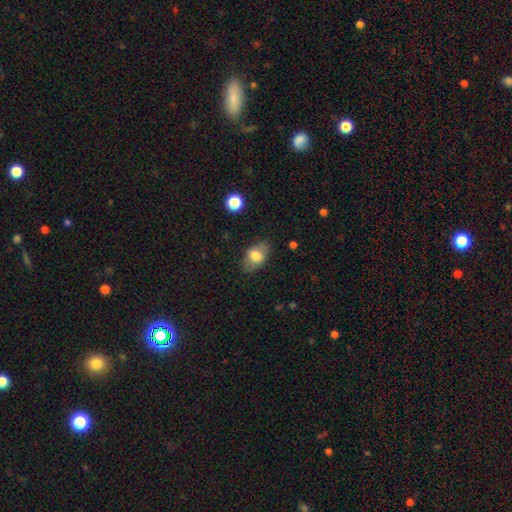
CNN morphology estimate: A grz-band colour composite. It shows a smooth galaxy with no disk features (72%) that is in between round and cigar-shaped (87%). Merging: none (78%).